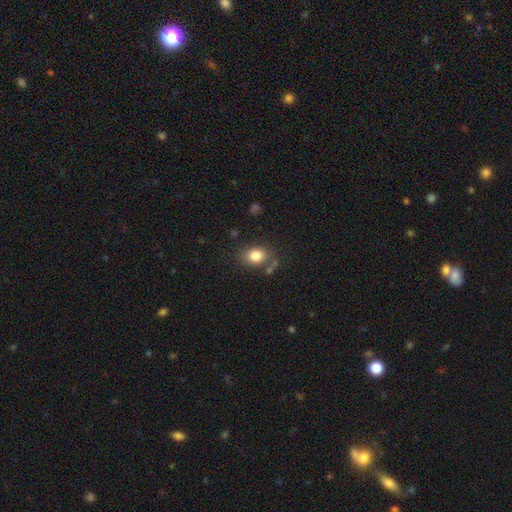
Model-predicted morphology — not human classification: Smooth or featured? smooth (83%)
How rounded? in between (56%)
Merging? none (71%)